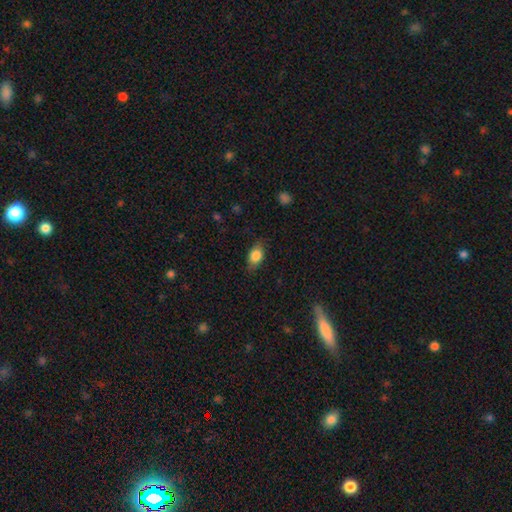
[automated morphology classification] This appears to be a smooth galaxy with no disk features (82%) that is in between round and cigar-shaped (84%). Merging: none (81%).